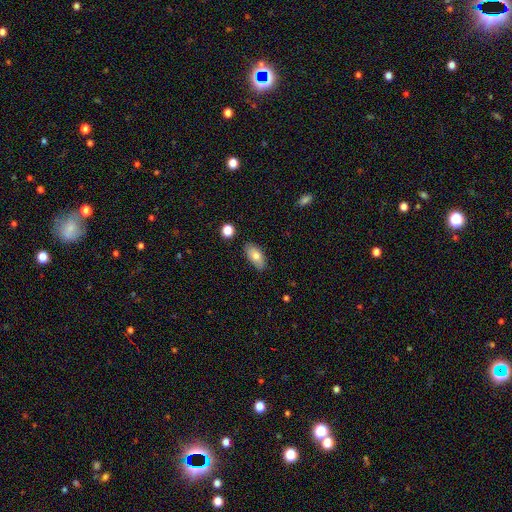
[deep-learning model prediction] smooth 77%, featured or disk 15%, star or artifact 7%. Down the decision tree: how rounded — in between (91%); merging — none (83%).